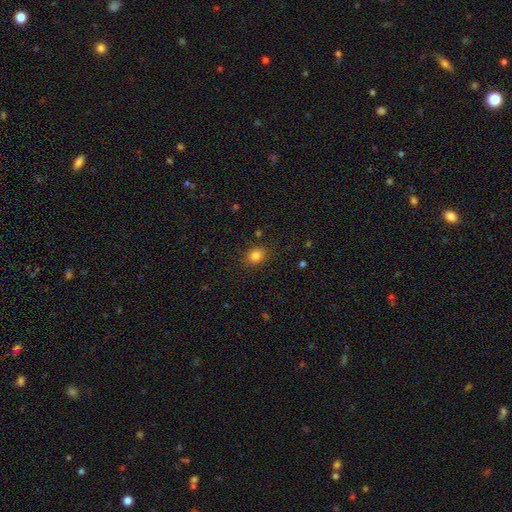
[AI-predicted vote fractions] The model was most divided on "how rounded": in between: 51%, round: 48%, cigar-shaped: 1%. More confident: merging — none (86%); smooth or featured — smooth (83%).